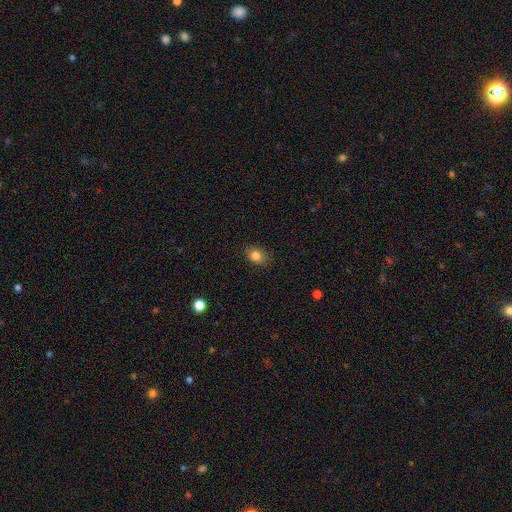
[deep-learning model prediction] A smooth galaxy with no disk features (83%) that is in between round and cigar-shaped (58%).

Vote fractions:
- Smooth or featured? smooth: 83% / star or artifact: 11% / featured or disk: 6%
- How rounded? in between: 58% / round: 41% / cigar-shaped: 1%
- Merging? none: 86% / minor disturbance: 10% / major disturbance: 2% / merger: 1%